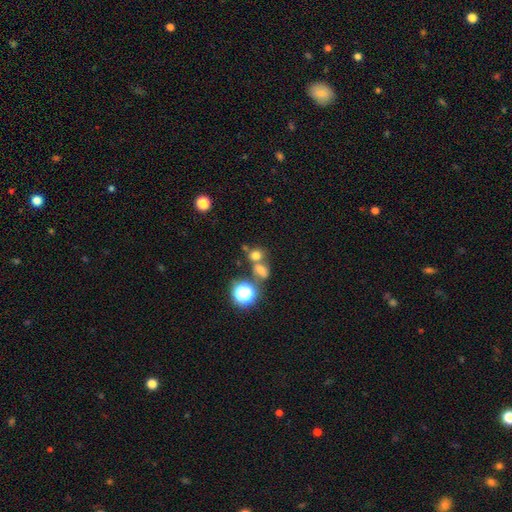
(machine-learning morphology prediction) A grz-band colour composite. It shows a smooth galaxy with no disk features (67%) that is round (66%). Merging: none (47%).